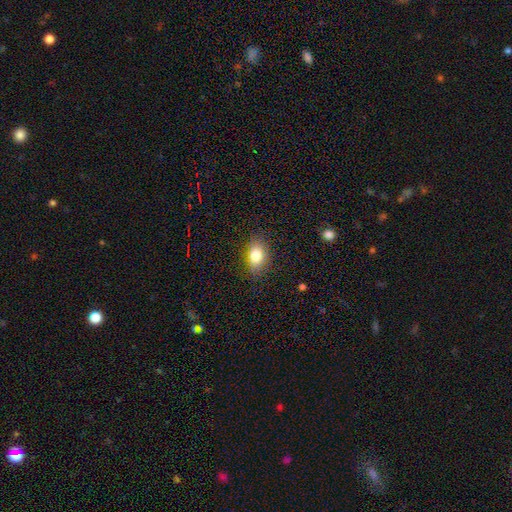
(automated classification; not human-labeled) This appears to be a smooth galaxy with no disk features (82%) that is in between round and cigar-shaped (85%). Merging: none (83%).